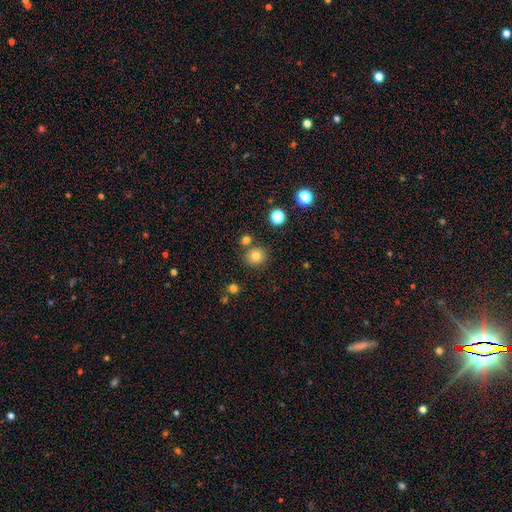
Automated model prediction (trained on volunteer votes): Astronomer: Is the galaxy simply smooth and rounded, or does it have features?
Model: smooth — 79%.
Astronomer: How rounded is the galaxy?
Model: round — 87%.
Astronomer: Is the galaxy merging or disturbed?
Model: none — 77%.